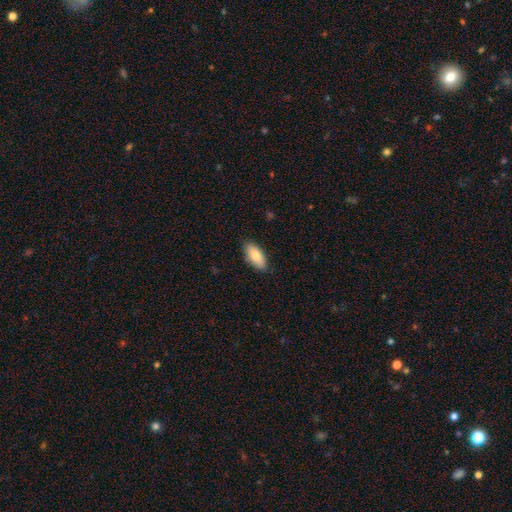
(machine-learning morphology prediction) A smooth galaxy with no disk features (83%) that is in between round and cigar-shaped (89%). Merging: none (86%).